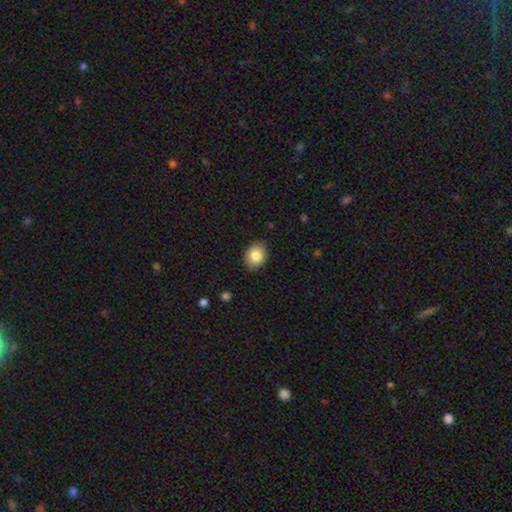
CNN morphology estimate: smooth 83%, featured or disk 9%, star or artifact 8%. Down the decision tree: how rounded — in between (63%); merging — none (86%).